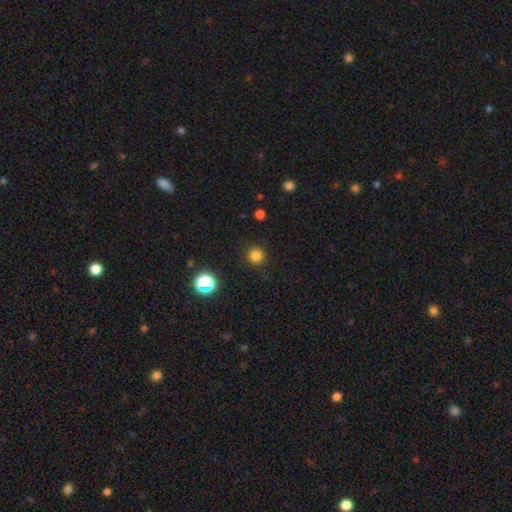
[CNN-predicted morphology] smooth 80%, star or artifact 16%, featured or disk 4%. Down the decision tree: how rounded — round (95%); merging — none (90%).